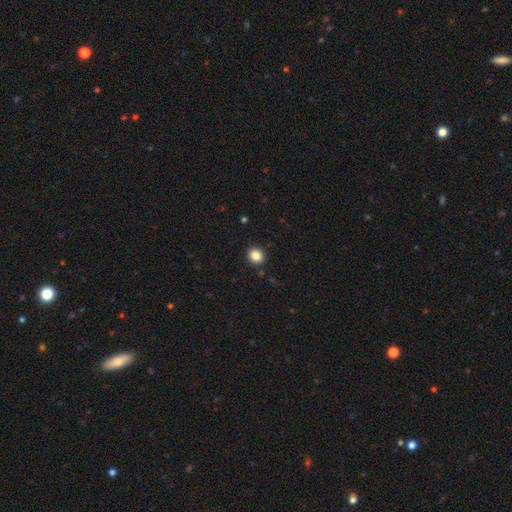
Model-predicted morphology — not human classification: Smooth or featured? smooth (85%)
How rounded? round (75%)
Merging? none (91%)